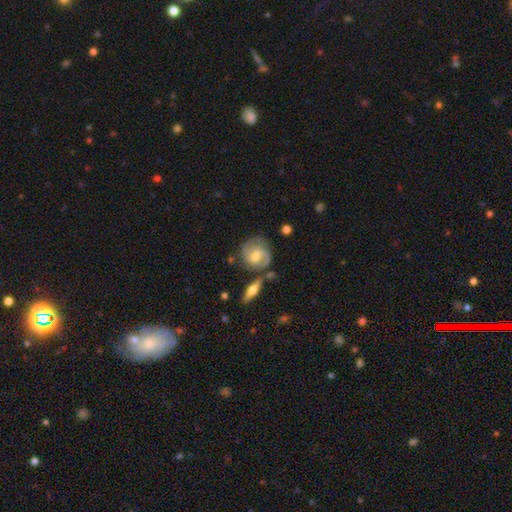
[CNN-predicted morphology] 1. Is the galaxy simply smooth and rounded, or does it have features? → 75% featured or disk, 19% smooth, 6% star or artifact.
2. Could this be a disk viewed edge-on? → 94% no, 6% yes.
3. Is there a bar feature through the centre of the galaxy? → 46% weak, 42% no, 11% strong.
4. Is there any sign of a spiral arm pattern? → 92% yes, 8% no.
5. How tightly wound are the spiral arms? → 43% tight (tied), 43% medium (tied), 14% loose.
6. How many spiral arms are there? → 74% 2, 12% can't tell, 7% 3, 5% 1, 2% 4, 1% more than 4.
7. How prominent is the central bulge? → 60% moderate, 31% small, 5% large, 2% none, 1% dominant.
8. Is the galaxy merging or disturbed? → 65% none, 18% minor disturbance, 11% merger, 7% major disturbance.